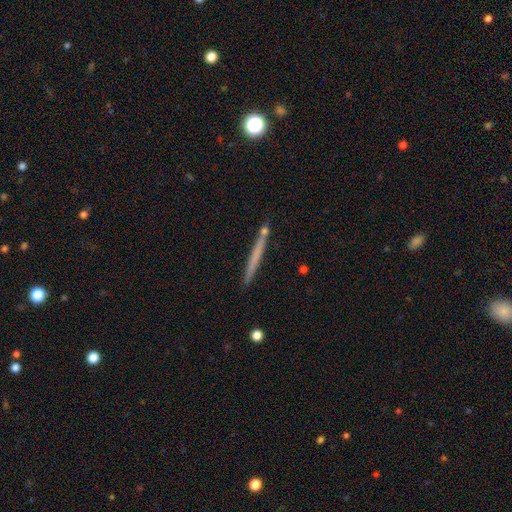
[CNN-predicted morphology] Smooth or featured? Predicted: smooth (p=0.55). How rounded? Predicted: cigar-shaped (p=0.97). Merging? Predicted: none (p=0.85).